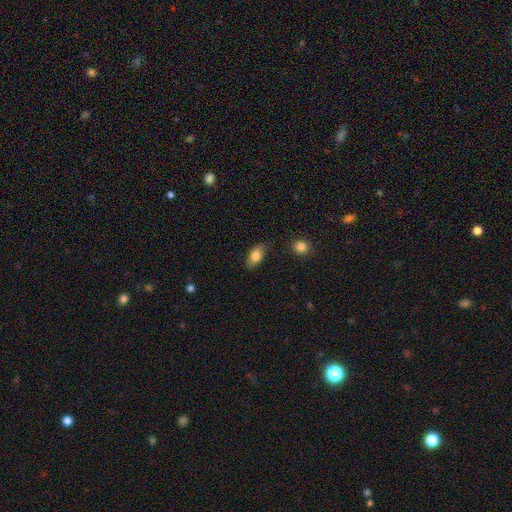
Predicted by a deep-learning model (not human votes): The model was most divided on "merging": none: 81%, minor disturbance: 14%, major disturbance: 3%, merger: 2%. More confident: how rounded — in between (89%); smooth or featured — smooth (82%).